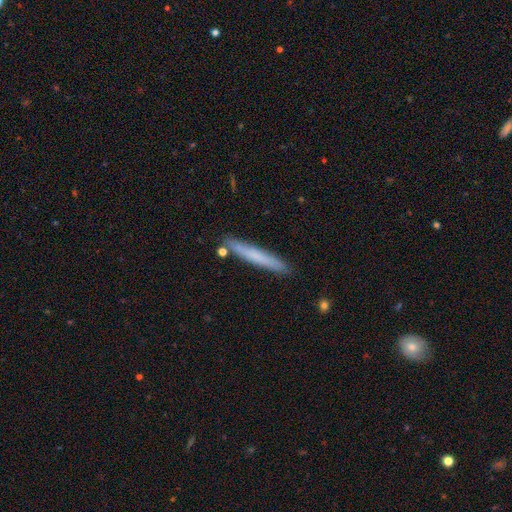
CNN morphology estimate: Smooth or featured? smooth (68%)
How rounded? cigar-shaped (96%)
Merging? none (86%)